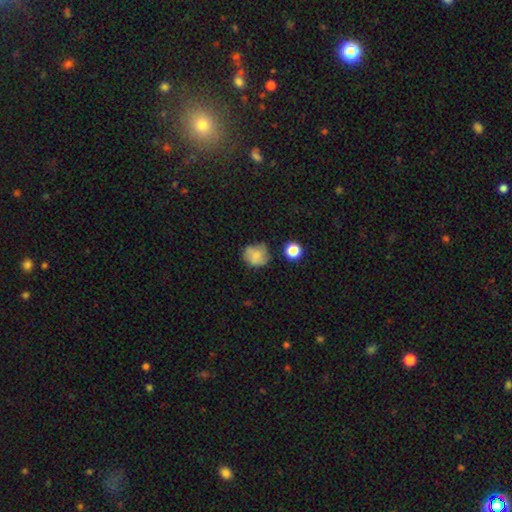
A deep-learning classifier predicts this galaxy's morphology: smooth_or_featured: smooth (p=0.72) [alt: featured or disk p=0.17]
how_rounded: round (p=0.81) [alt: in between p=0.18]
merging: none (p=0.62) [alt: minor disturbance p=0.25]